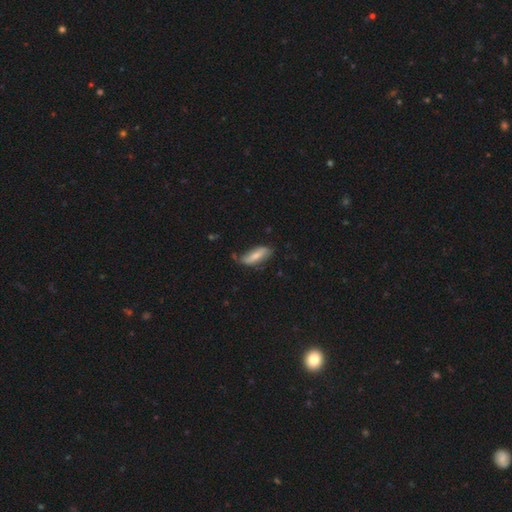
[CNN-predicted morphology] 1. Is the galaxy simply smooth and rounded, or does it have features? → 60% smooth, 34% featured or disk, 7% star or artifact.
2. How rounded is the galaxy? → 68% in between, 30% cigar-shaped, 3% round.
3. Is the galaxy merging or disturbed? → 64% none, 27% minor disturbance, 6% major disturbance, 3% merger.